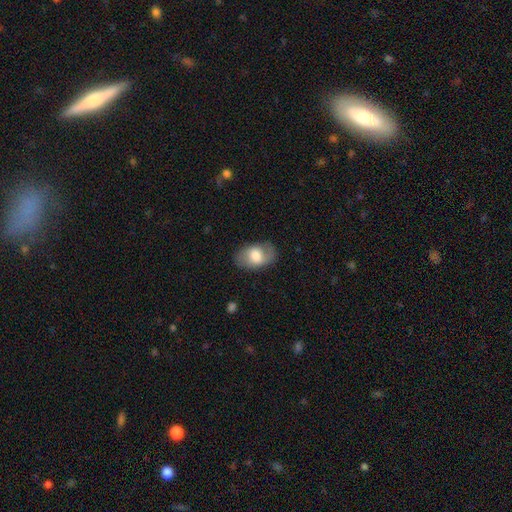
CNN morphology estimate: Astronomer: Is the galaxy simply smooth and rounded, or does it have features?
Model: smooth — 59%.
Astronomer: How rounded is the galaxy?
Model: in between — 88%.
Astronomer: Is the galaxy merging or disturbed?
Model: none — 78%.